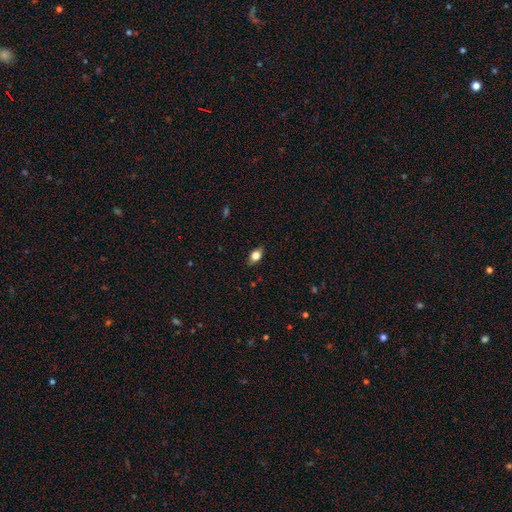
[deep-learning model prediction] Morphology: type=smooth (76%); roundness=in between (78%); merging=none (83%).